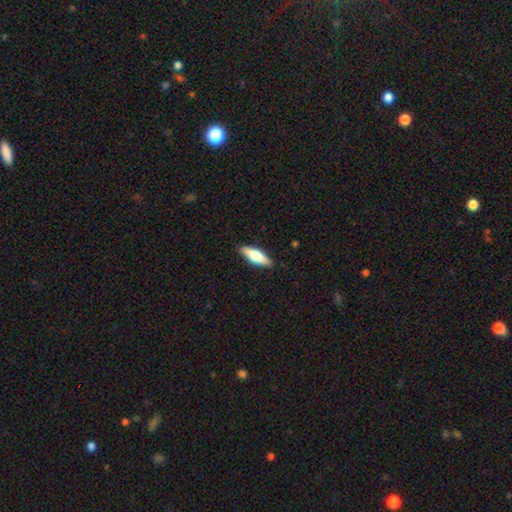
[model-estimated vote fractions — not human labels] A smooth galaxy with no disk features (60%) that is in between round and cigar-shaped (49%, tied with cigar-shaped). Merging: none (88%).